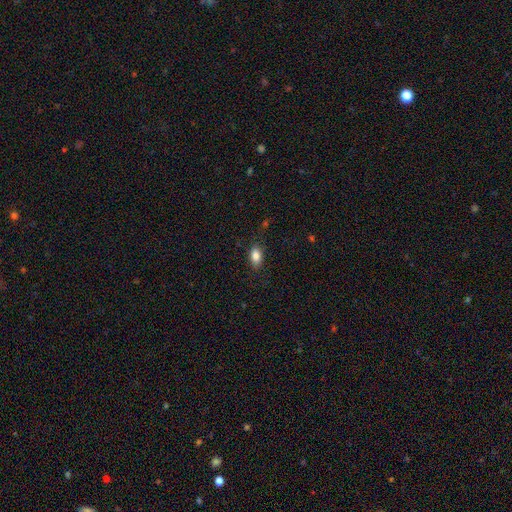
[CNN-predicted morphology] A smooth galaxy with no disk features (85%) that is in between round and cigar-shaped (88%).

Vote fractions:
- Smooth or featured? smooth: 85% / star or artifact: 8% / featured or disk: 7%
- How rounded? in between: 88% / round: 8% / cigar-shaped: 4%
- Merging? none: 84% / minor disturbance: 12% / major disturbance: 3% / merger: 1%